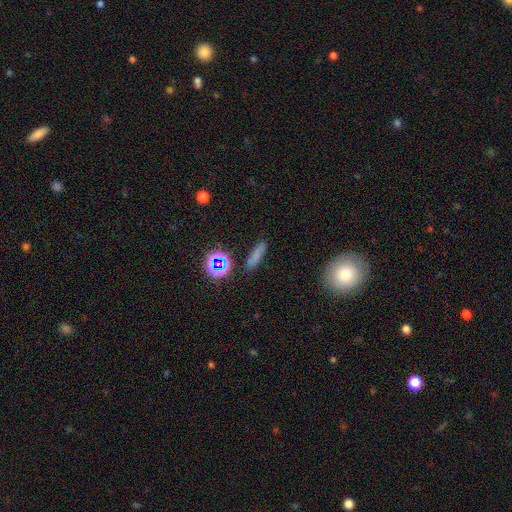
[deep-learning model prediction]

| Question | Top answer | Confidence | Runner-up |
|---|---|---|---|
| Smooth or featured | smooth | 72% | star or artifact (18%) |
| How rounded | cigar-shaped | 64% | in between (29%) |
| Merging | none | 82% | minor disturbance (12%) |